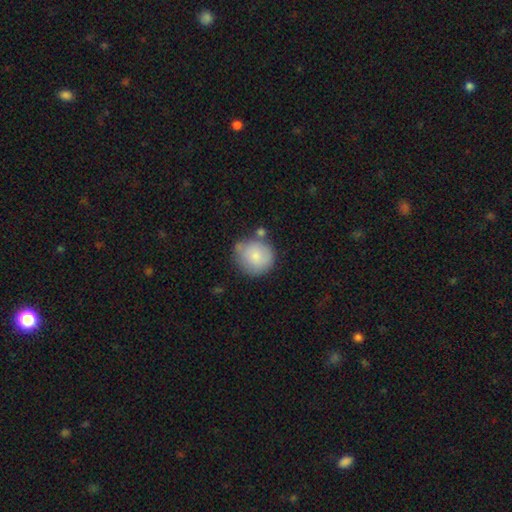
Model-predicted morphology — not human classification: type=smooth (80%); roundness=round (87%); merging=none (59%).